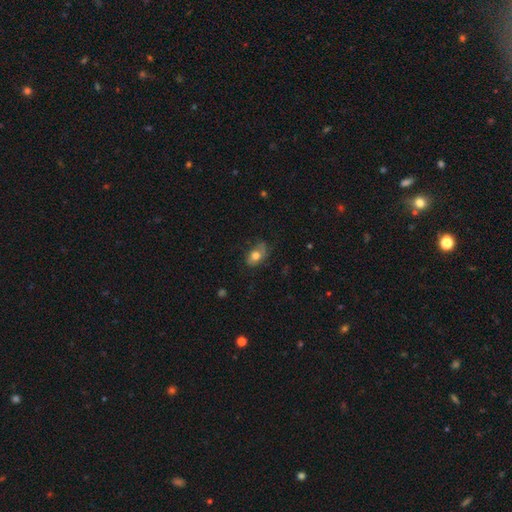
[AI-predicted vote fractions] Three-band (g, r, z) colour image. It shows a smooth galaxy with no disk features (72%) that is in between round and cigar-shaped (85%). Merging: none (60%).